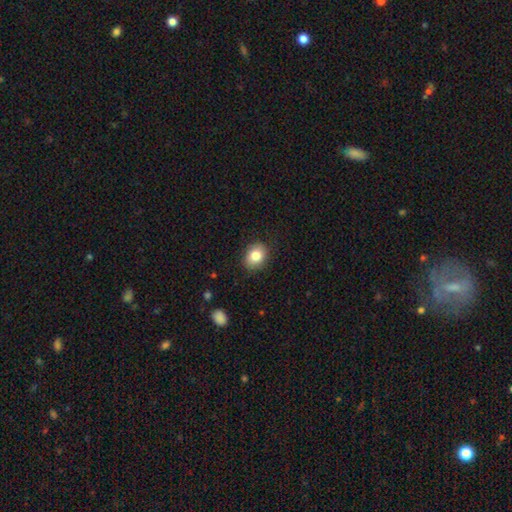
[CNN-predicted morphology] type=smooth (83%); roundness=in between (57%); merging=none (86%).